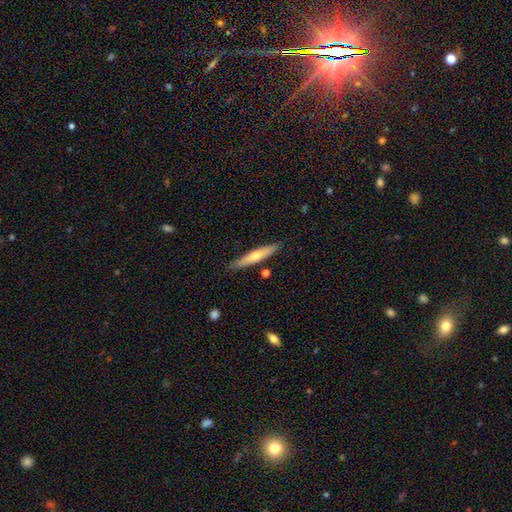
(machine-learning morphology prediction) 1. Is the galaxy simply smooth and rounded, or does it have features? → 53% smooth, 42% featured or disk, 6% star or artifact.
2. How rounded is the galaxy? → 90% cigar-shaped, 9% in between, 1% round.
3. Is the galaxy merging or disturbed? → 87% none, 9% minor disturbance, 3% merger, 2% major disturbance.